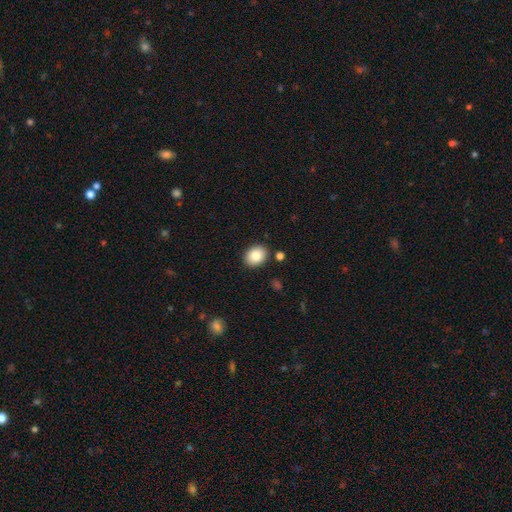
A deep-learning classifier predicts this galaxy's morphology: type=smooth (84%); roundness=in between (55%); merging=none (88%).